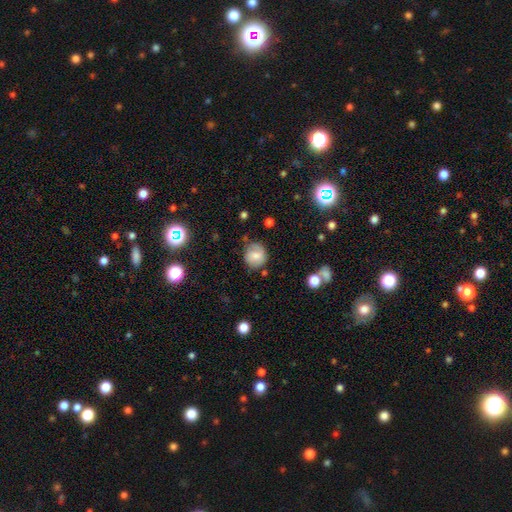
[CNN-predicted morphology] Overall: smooth (68%). How rounded: round (86%). Merging: none (72%).